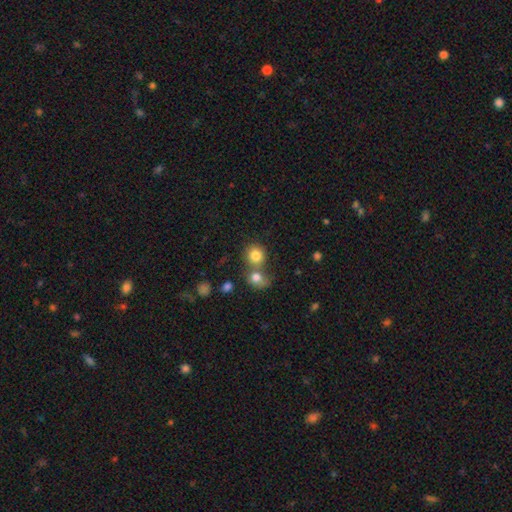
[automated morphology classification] Smooth or featured? smooth (81%)
How rounded? round (82%)
Merging? none (45%)